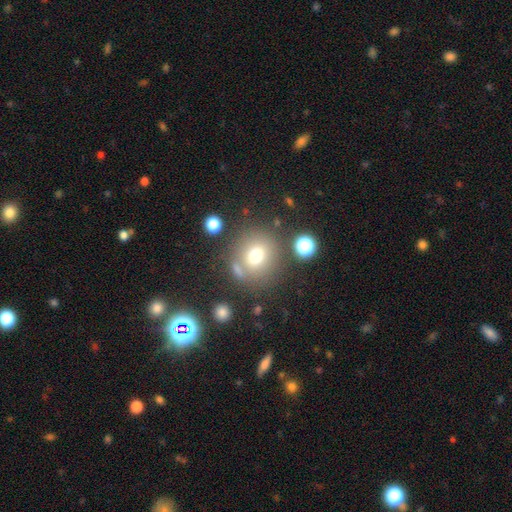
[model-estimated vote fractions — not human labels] Q: Smooth or featured?
A: smooth (71%); runner-up: star or artifact (15%)
Q: How rounded?
A: round (85%); runner-up: in between (14%)
Q: Merging?
A: none (72%); runner-up: minor disturbance (12%)